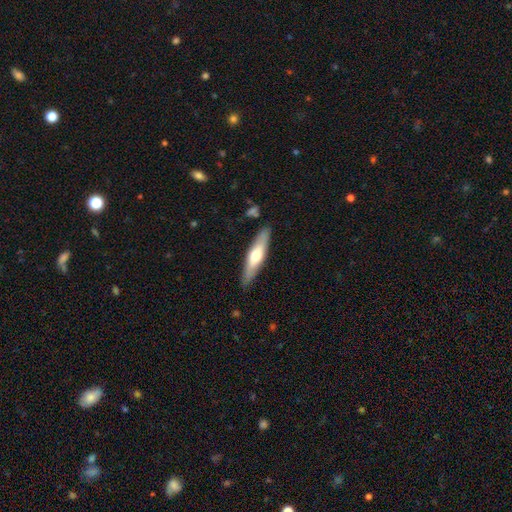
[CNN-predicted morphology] Q: Smooth or featured?
A: smooth (49%); runner-up: featured or disk (45%)
Q: Merging?
A: none (86%); runner-up: minor disturbance (10%)